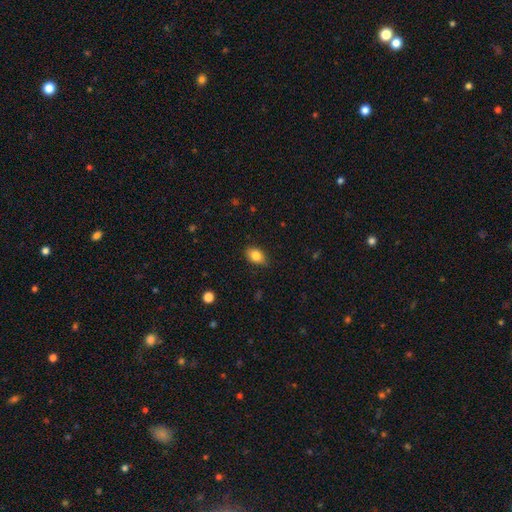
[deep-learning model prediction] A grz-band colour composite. It shows a smooth galaxy with no disk features (82%) that is in between round and cigar-shaped (79%). Merging: none (82%).